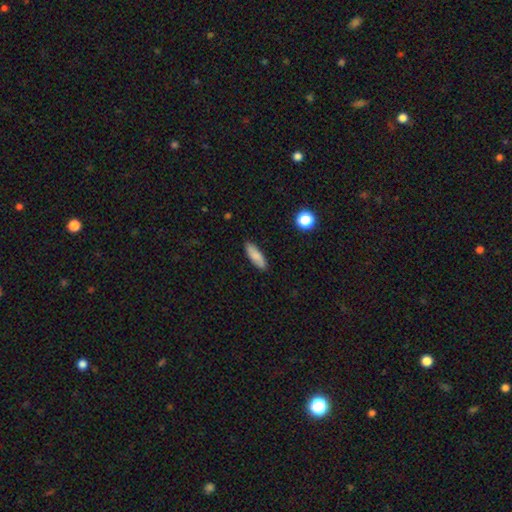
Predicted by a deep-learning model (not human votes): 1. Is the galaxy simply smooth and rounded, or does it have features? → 83% smooth, 10% featured or disk, 7% star or artifact.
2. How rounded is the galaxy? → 57% in between, 40% cigar-shaped, 2% round.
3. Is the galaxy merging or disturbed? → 88% none, 9% minor disturbance, 2% major disturbance, 1% merger.